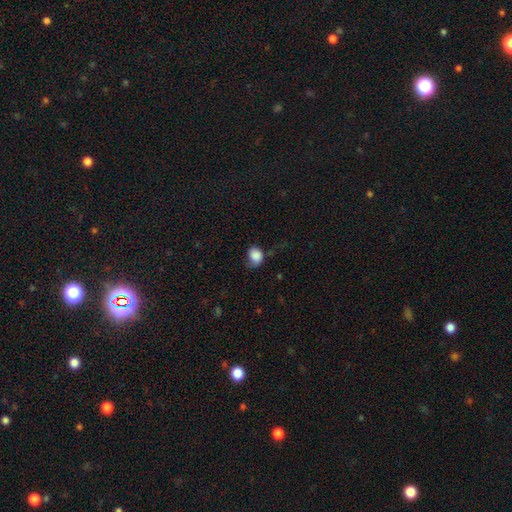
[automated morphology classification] Overall: smooth (85%). How rounded: round (50%; in between 49%). Merging: none (47%; minor disturbance 37%).